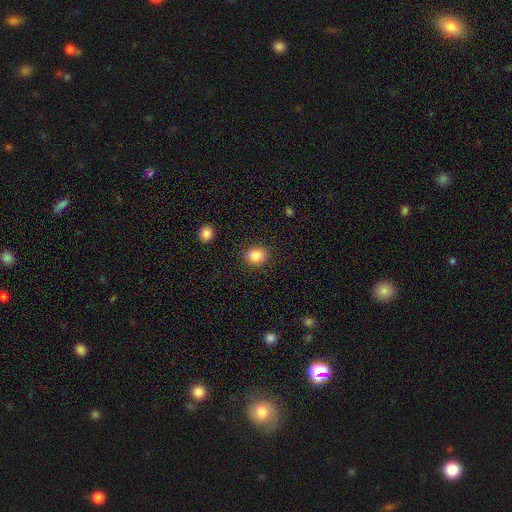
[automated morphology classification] Smooth or featured? Predicted: smooth (p=0.85). How rounded? Predicted: round (p=0.64). Merging? Predicted: none (p=0.89).